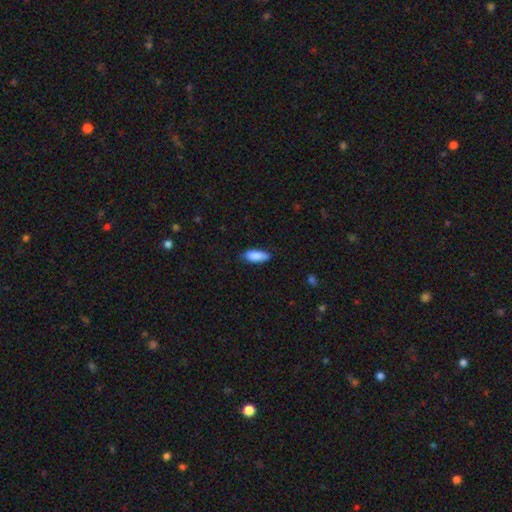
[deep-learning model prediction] smooth_or_featured: smooth (p=0.87) [alt: featured or disk p=0.07]
how_rounded: in between (p=0.73) [alt: cigar-shaped p=0.26]
merging: none (p=0.75) [alt: minor disturbance p=0.20]